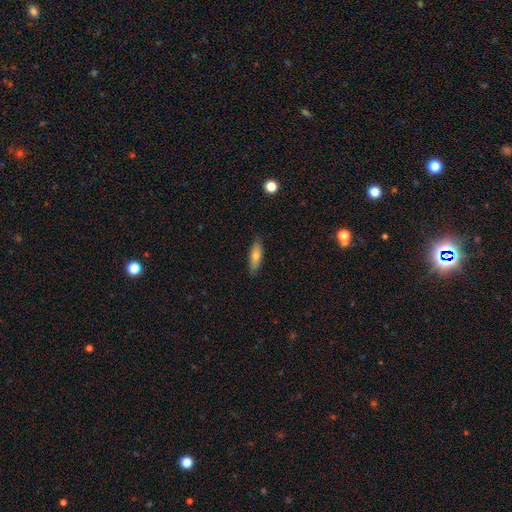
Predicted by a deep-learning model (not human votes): Smooth or featured: smooth — 72% (featured or disk — 22%)
How rounded: cigar-shaped — 51% (in between — 47%)
Merging: none — 85% (minor disturbance — 12%)